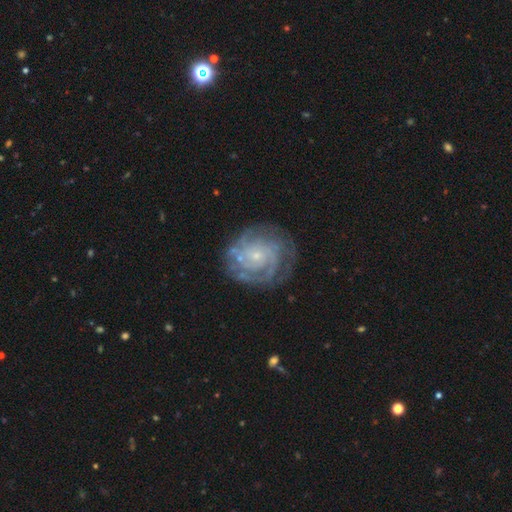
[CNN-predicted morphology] smooth-or-featured: featured or disk: 85% | smooth: 9% | star or artifact: 6%
  disk-edge-on: no: 98% | yes: 2%
    bar: no: 75% | weak: 20% | strong: 4%
    has-spiral-arms: yes: 95% | no: 5%
      spiral-winding: tight: 74% | medium: 21% | loose: 5%
      spiral-arm-count: can't tell: 32% | 3: 20% | 2: 18% | 4: 16% | more than 4: 8% | 1: 6%
    bulge-size: small: 81% | moderate: 13% | none: 4% | large: 1% | dominant: 1%
  merging: none: 74% | minor disturbance: 17% | major disturbance: 7% | merger: 2%